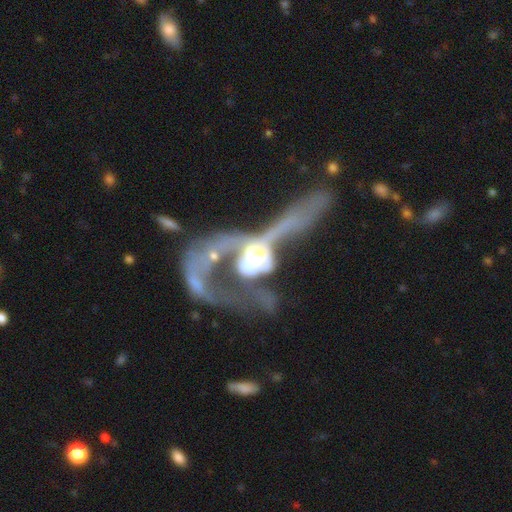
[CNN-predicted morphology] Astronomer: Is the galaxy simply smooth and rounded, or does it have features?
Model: featured or disk — 76%.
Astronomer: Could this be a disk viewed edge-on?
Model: no — 84%.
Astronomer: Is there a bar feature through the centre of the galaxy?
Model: no — 70%.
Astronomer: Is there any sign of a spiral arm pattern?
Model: no — 53% (runner-up: yes, 47%).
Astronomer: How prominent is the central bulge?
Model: moderate — 52% (runner-up: large, 27%).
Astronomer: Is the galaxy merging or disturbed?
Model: merger — 45% (runner-up: major disturbance, 41%).